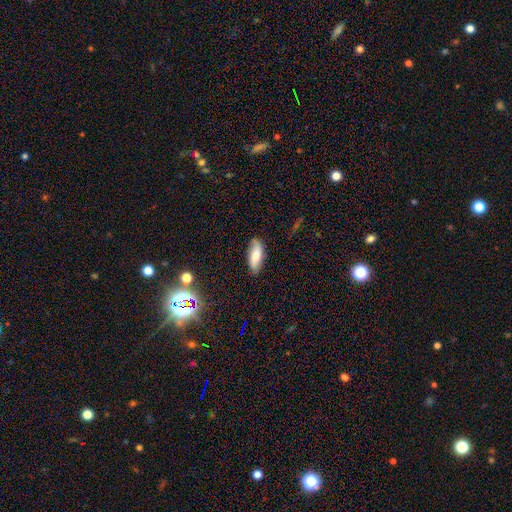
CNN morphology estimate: smooth 76%, featured or disk 17%, star or artifact 8%. Down the decision tree: how rounded — in between (75%); merging — none (78%).